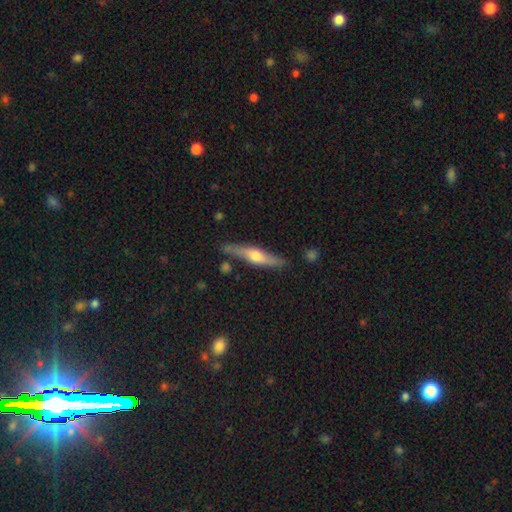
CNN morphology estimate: This is possibly a featured or disk galaxy (59%). It is clearly viewed edge-on (92%). Edge-on bulge: clearly rounded (91%). Merging: clearly none (80%).